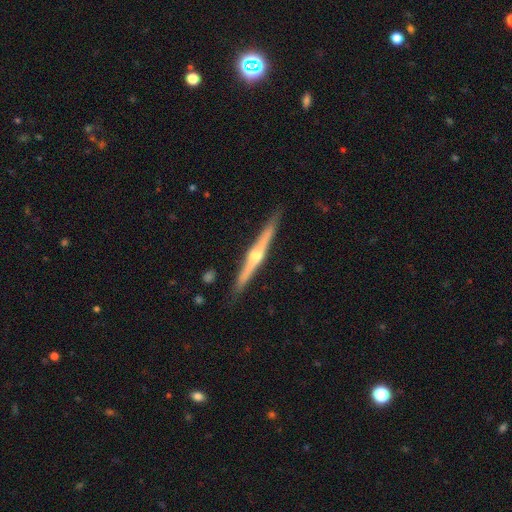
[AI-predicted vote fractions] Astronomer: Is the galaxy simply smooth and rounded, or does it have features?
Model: featured or disk — 80%.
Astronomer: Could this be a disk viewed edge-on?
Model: yes — 98%.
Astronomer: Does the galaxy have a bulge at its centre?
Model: rounded — 92%.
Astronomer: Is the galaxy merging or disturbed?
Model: none — 90%.